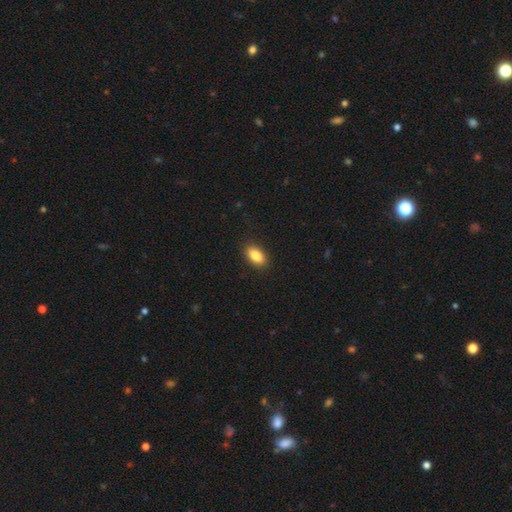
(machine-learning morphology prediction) Q: Smooth or featured?
A: smooth (84%); runner-up: featured or disk (8%)
Q: How rounded?
A: in between (90%); runner-up: round (5%)
Q: Merging?
A: none (90%); runner-up: minor disturbance (8%)